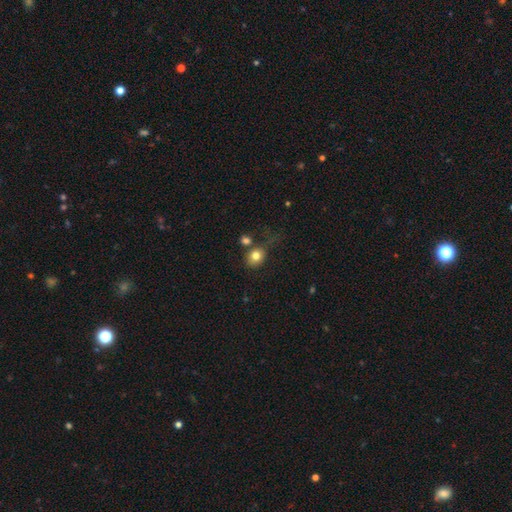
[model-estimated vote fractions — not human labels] The model was most divided on "how rounded": round: 63%, in between: 36%, cigar-shaped: 1%. More confident: smooth or featured — smooth (80%); merging — none (57%).